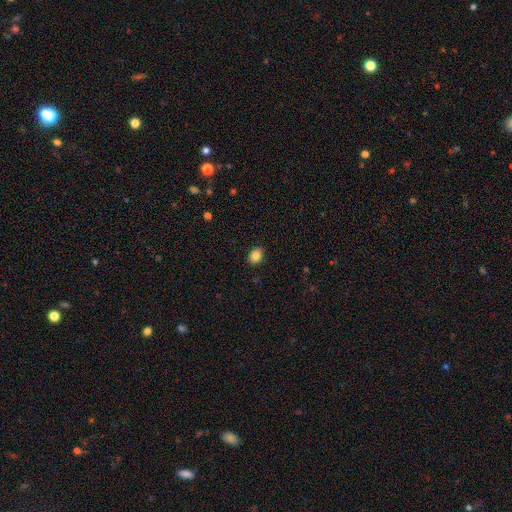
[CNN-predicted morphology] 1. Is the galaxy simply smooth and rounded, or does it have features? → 85% smooth, 10% star or artifact, 6% featured or disk.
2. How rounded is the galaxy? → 50% in between, 49% round, 1% cigar-shaped.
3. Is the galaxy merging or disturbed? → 90% none, 7% minor disturbance, 2% major disturbance, 1% merger.